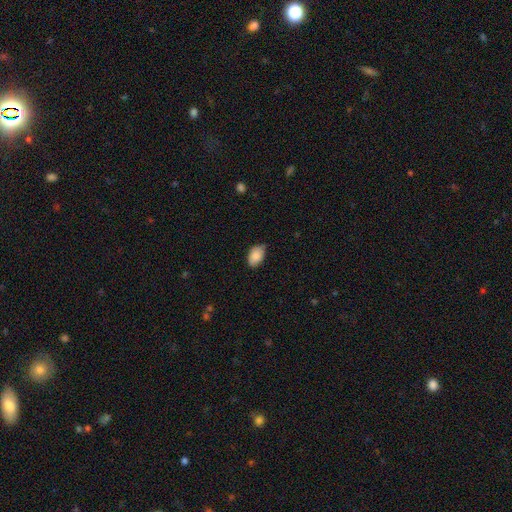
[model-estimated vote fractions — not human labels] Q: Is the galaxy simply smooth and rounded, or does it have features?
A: smooth — 86%.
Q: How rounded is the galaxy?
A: in between — 90%.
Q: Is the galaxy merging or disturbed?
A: none — 76%.